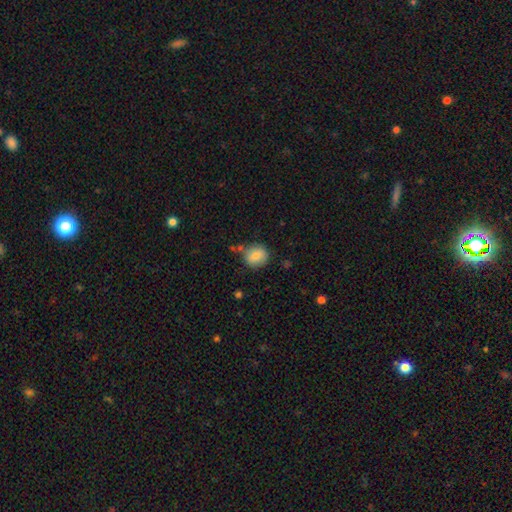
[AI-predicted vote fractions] Overall: smooth (81%). How rounded: round (83%). Merging: none (77%).